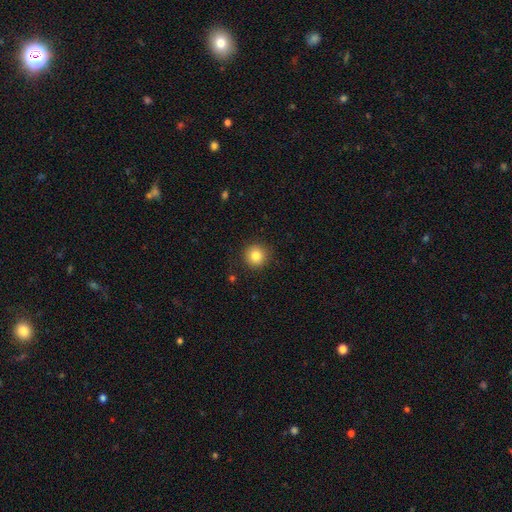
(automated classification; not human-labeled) Overall: smooth (83%). How rounded: round (94%). Merging: none (90%).